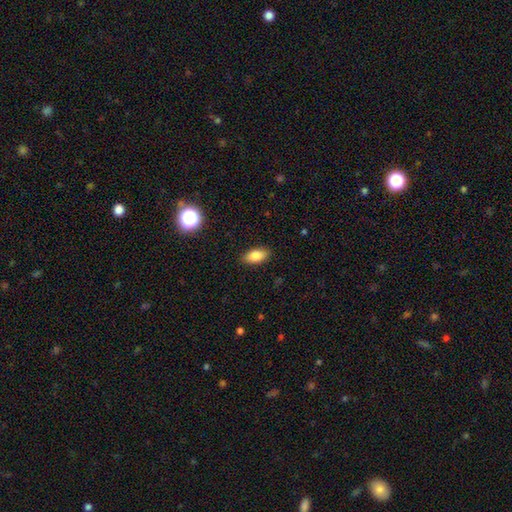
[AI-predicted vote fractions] smooth 82%, featured or disk 10%, star or artifact 9%. Down the decision tree: how rounded — in between (88%); merging — none (88%).